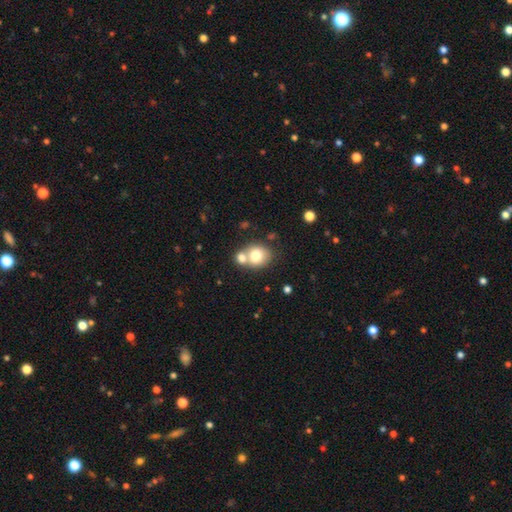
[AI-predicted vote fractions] Morphology: type=smooth (74%); roundness=round (67%); merging=merger (44%, tied with none).